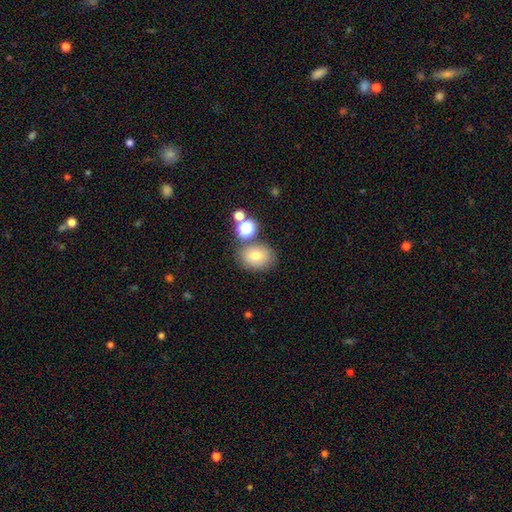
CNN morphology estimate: Smooth or featured? Predicted: smooth (p=0.72). How rounded? Predicted: in between (p=0.55). Merging? Predicted: none (p=0.70).